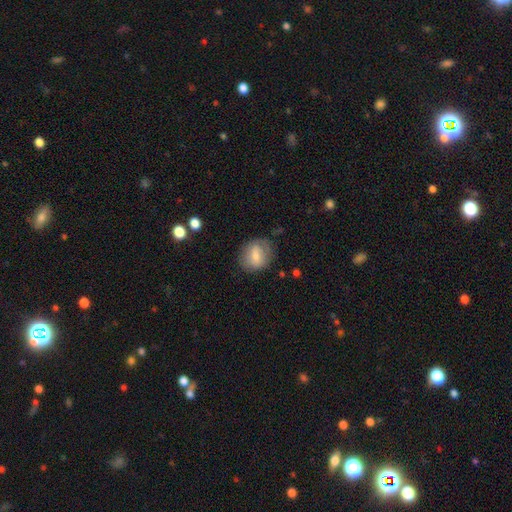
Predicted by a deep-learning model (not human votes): Smooth or featured? smooth (68%)
How rounded? round (54%)
Merging? none (71%)